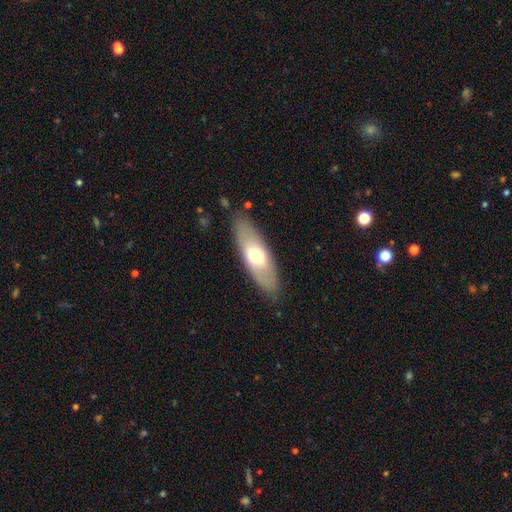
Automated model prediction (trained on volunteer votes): A smooth galaxy with no disk features (60%) that is in between round and cigar-shaped (62%). Merging: none (84%).